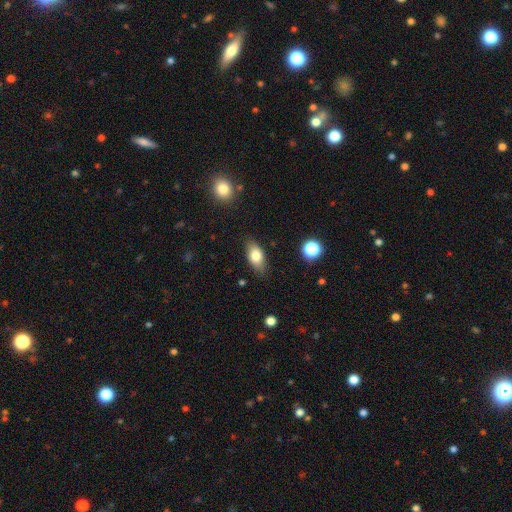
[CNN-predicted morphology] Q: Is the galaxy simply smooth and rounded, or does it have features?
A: smooth — 78%.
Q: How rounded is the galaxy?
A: in between — 87%.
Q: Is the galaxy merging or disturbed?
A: none — 82%.